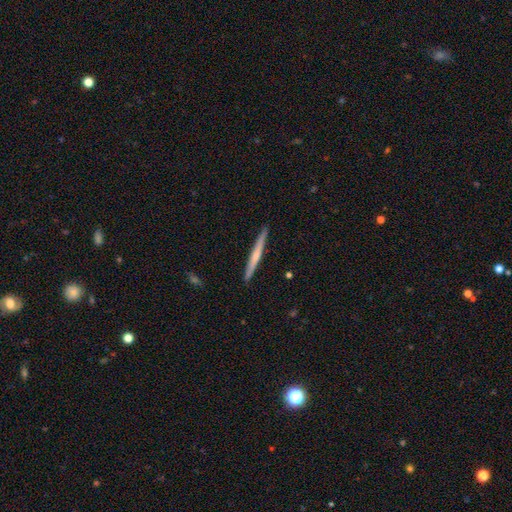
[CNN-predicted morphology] featured or disk 50%, smooth 45%, star or artifact 5%. Down the decision tree: merging — none (91%).